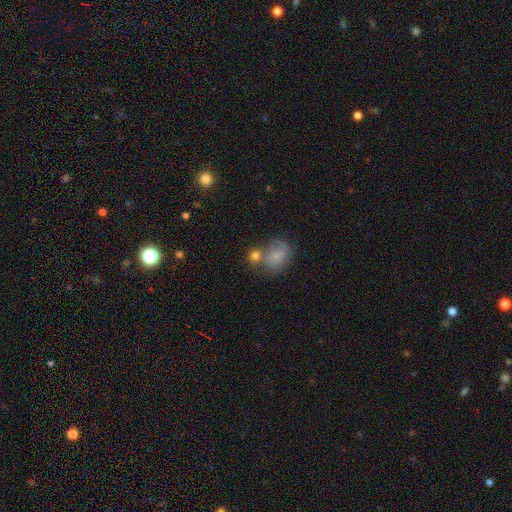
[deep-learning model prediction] smooth_or_featured: smooth (p=0.74) [alt: featured or disk p=0.15]
how_rounded: round (p=0.64) [alt: in between p=0.34]
merging: merger (p=0.40) [tied with: none p=0.40]